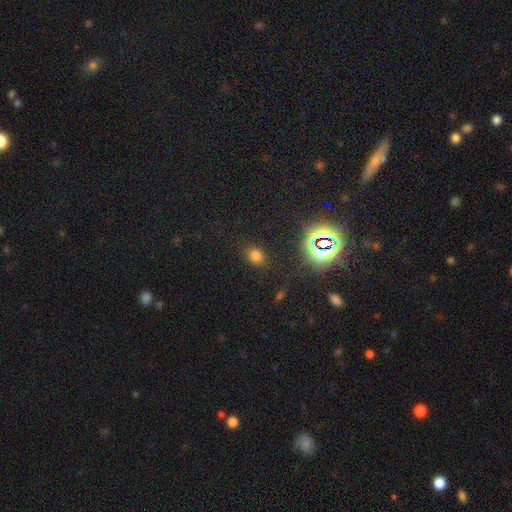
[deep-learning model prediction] Q: Smooth or featured?
A: smooth (69%); runner-up: star or artifact (25%)
Q: How rounded?
A: in between (54%); runner-up: round (45%)
Q: Merging?
A: none (85%); runner-up: minor disturbance (10%)